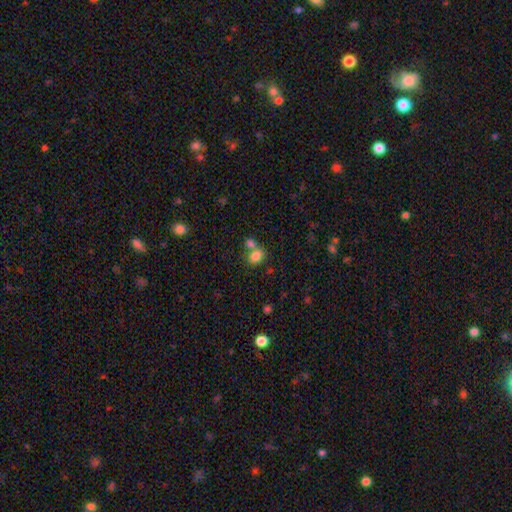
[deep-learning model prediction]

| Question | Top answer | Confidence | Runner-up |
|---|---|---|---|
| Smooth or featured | smooth | 82% | star or artifact (11%) |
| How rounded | in between | 59% | round (40%) |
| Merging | none | 47% | merger (39%) |